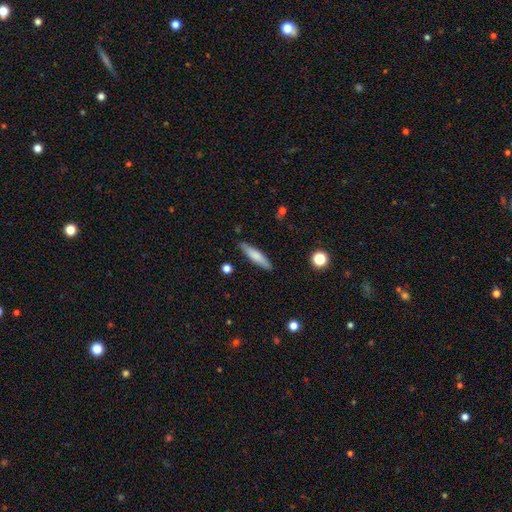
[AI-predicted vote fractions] This appears to be a smooth galaxy with no disk features (70%) that is cigar-shaped (84%). Merging: none (87%).